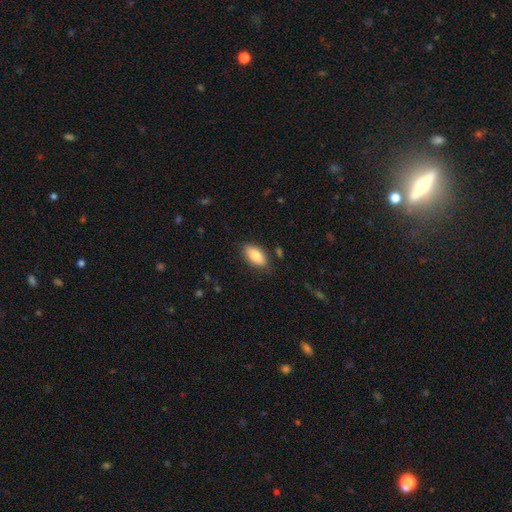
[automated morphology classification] Overall: smooth (83%). How rounded: in between (88%). Merging: none (81%).